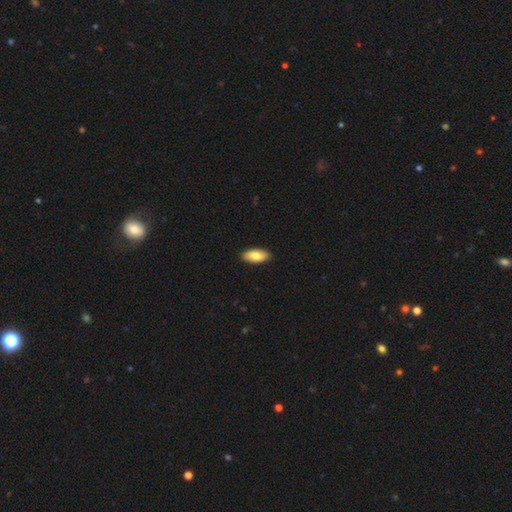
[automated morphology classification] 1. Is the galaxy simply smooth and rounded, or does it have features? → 82% smooth, 13% featured or disk, 5% star or artifact.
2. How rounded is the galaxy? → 90% in between, 8% cigar-shaped, 2% round.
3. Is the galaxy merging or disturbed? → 91% none, 7% minor disturbance, 1% major disturbance, 1% merger.